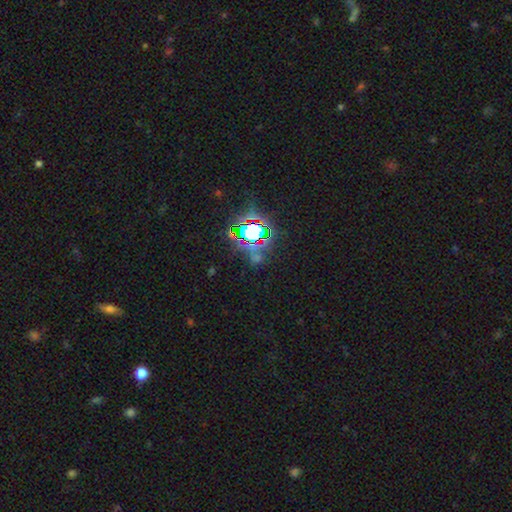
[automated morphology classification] This is likely a star or artifact rather than a galaxy (77%).